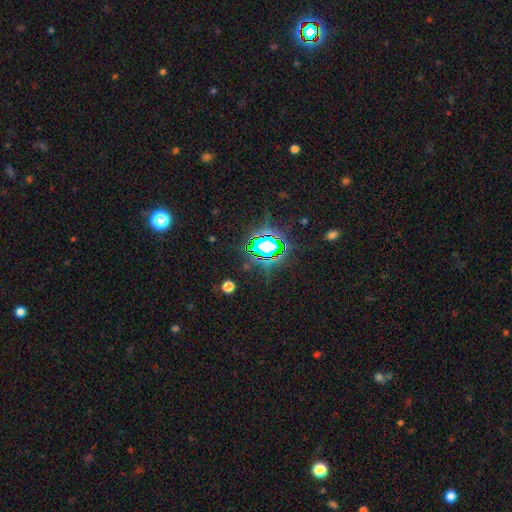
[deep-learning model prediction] A star or artifact, not a galaxy (81%).

Vote fractions:
- Smooth or featured? star or artifact: 81% / smooth: 12% / featured or disk: 7%